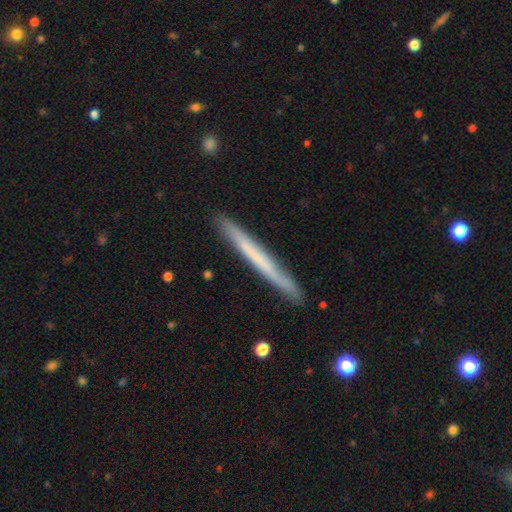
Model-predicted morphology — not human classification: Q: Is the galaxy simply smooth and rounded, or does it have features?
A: smooth — 49%.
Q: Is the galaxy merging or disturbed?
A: none — 88%.